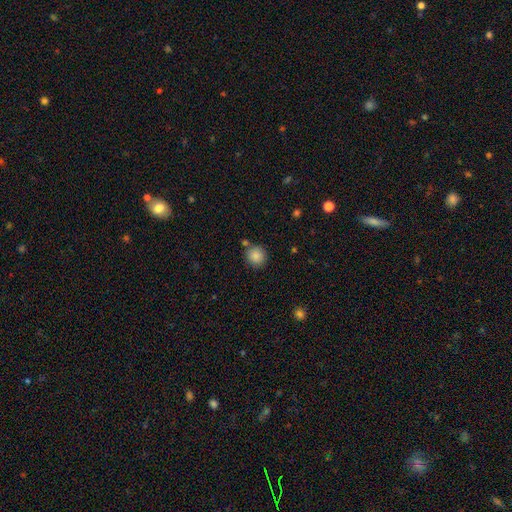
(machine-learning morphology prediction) A smooth galaxy with no disk features (87%) that is round (91%).

Vote fractions:
- Smooth or featured? smooth: 87% / star or artifact: 9% / featured or disk: 4%
- How rounded? round: 91% / in between: 8% / cigar-shaped: 1%
- Merging? none: 80% / minor disturbance: 9% / merger: 8% / major disturbance: 3%